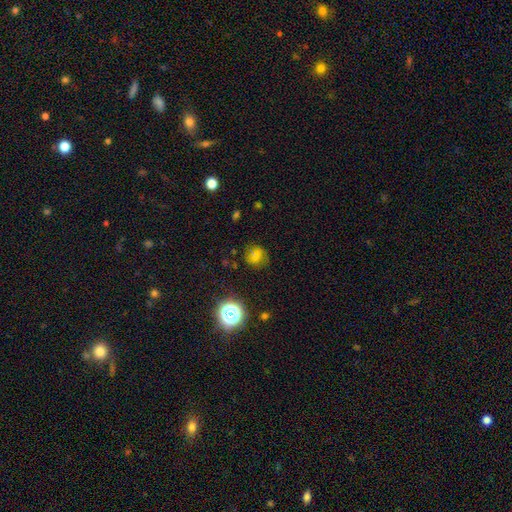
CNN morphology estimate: This appears to be a smooth galaxy with no disk features (59%) that is round (87%). Merging: none (79%).